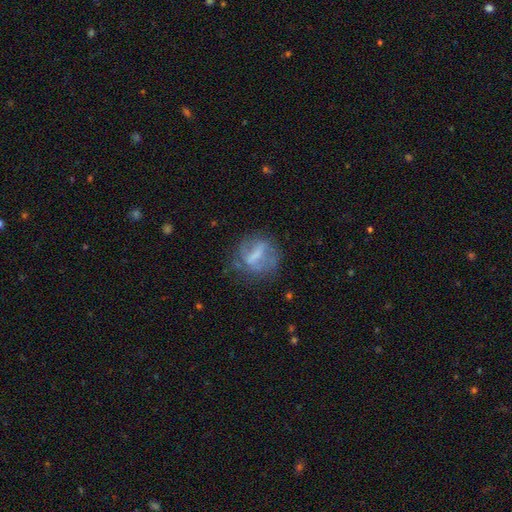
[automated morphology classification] The model was most divided on "smooth or featured": featured or disk: 54%, smooth: 35%, star or artifact: 11%. More confident: edge-on disk — no (91%); merging — none (59%).